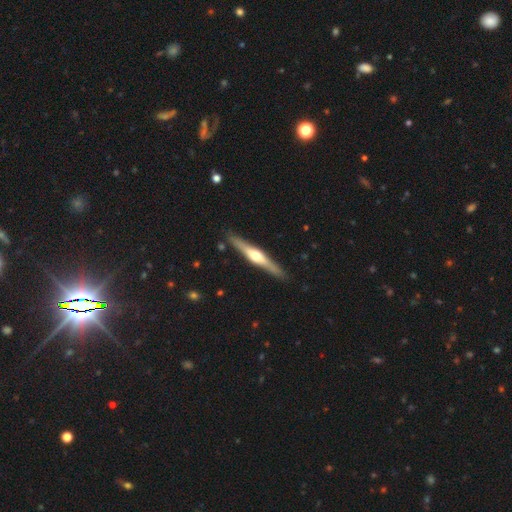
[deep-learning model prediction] Smooth or featured: featured or disk — 71% (smooth — 24%)
Edge-on disk: yes — 97% (no — 3%)
Edge-on bulge: rounded — 89% (boxy — 7%)
Merging: none — 89% (minor disturbance — 8%)